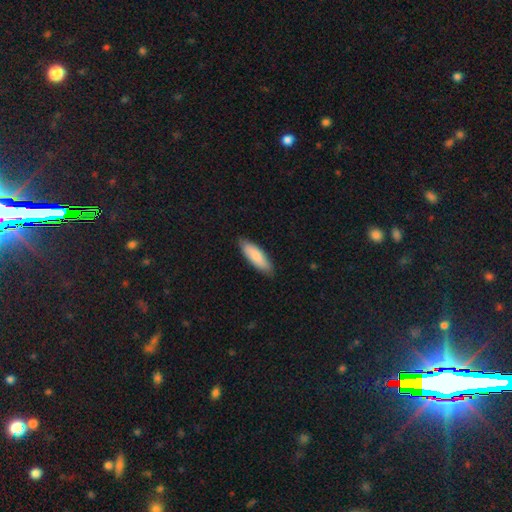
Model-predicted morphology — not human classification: The model was most divided on "how rounded": in between: 54%, cigar-shaped: 44%, round: 2%. More confident: merging — none (84%); smooth or featured — smooth (82%).